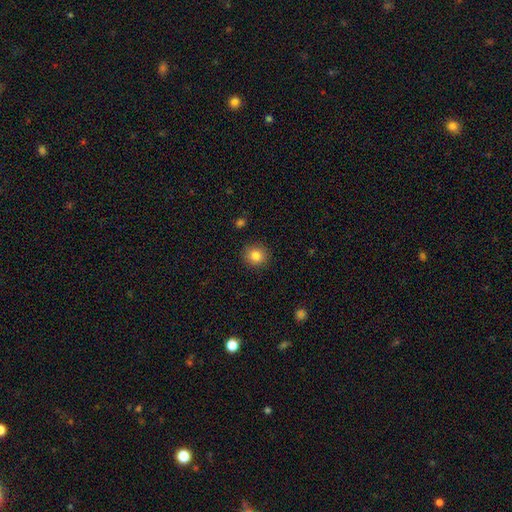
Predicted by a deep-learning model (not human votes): Smooth or featured? Predicted: smooth (p=0.84). How rounded? Predicted: round (p=0.88). Merging? Predicted: none (p=0.89).